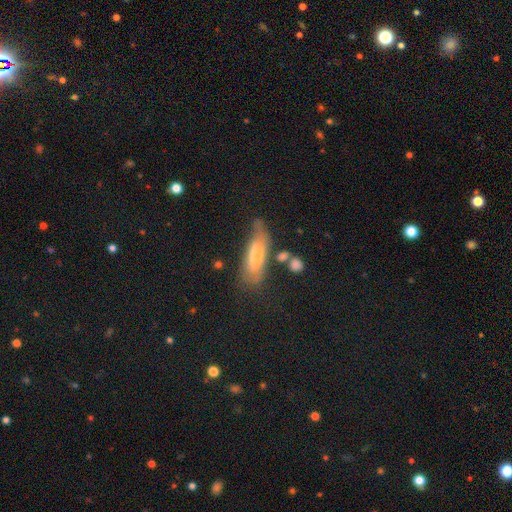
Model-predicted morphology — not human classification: Smooth or featured: smooth — 56% (featured or disk — 35%)
How rounded: in between — 54% (cigar-shaped — 44%)
Merging: none — 51% (minor disturbance — 28%)